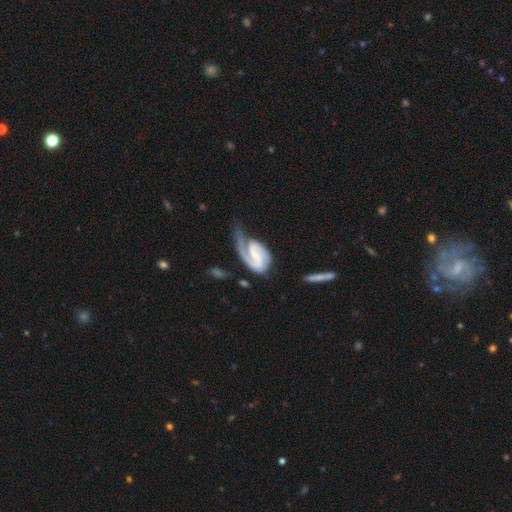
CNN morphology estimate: Smooth or featured? featured or disk (83%)
Edge-on disk? no (98%)
Bar? weak (44%)
Spiral arms? yes (96%)
Spiral winding? tight (42%)
Spiral arm count? 2 (49%)
Bulge size? small (48%)
Merging? major disturbance (37%)